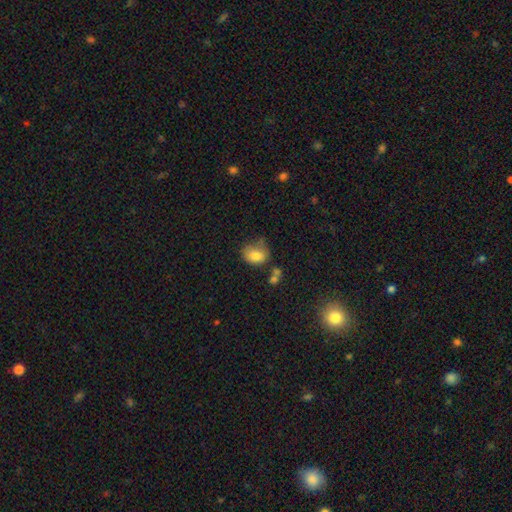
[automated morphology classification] smooth 79%, featured or disk 12%, star or artifact 9%. Down the decision tree: how rounded — in between (59%); merging — none (46%).